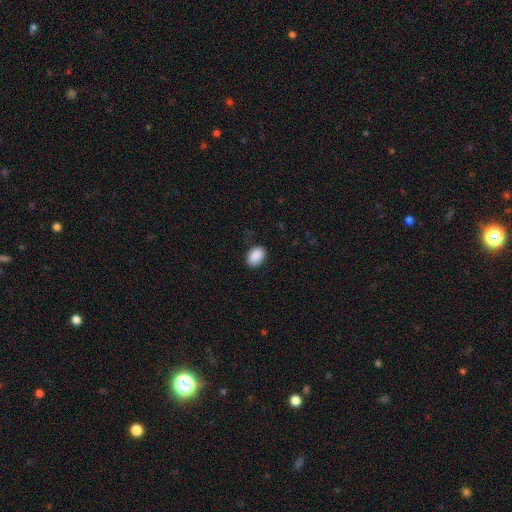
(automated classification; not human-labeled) smooth-or-featured: smooth: 90% | star or artifact: 7% | featured or disk: 3%
  how-rounded: in between: 86% | round: 13% | cigar-shaped: 1%
  merging: none: 86% | minor disturbance: 11% | major disturbance: 3% | merger: 1%